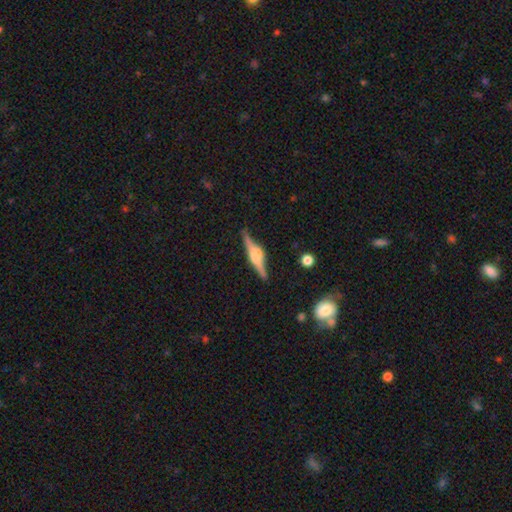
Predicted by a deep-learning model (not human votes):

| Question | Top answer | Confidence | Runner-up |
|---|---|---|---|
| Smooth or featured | featured or disk | 79% | smooth (15%) |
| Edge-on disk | yes | 97% | no (3%) |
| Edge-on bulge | rounded | 74% | boxy (23%) |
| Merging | none | 83% | minor disturbance (12%) |